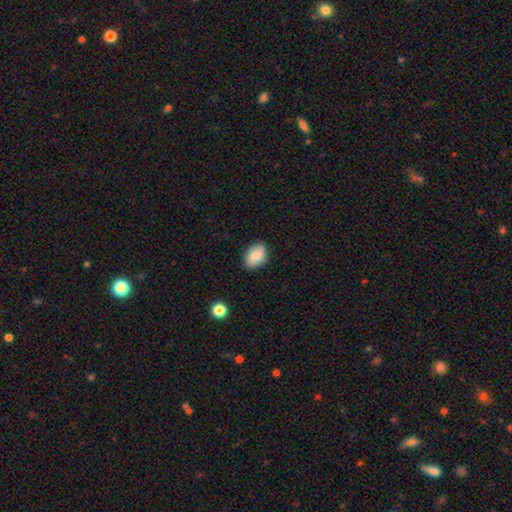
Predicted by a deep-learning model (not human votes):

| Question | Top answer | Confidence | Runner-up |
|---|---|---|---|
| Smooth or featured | smooth | 77% | featured or disk (16%) |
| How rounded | in between | 82% | round (17%) |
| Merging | none | 84% | minor disturbance (12%) |